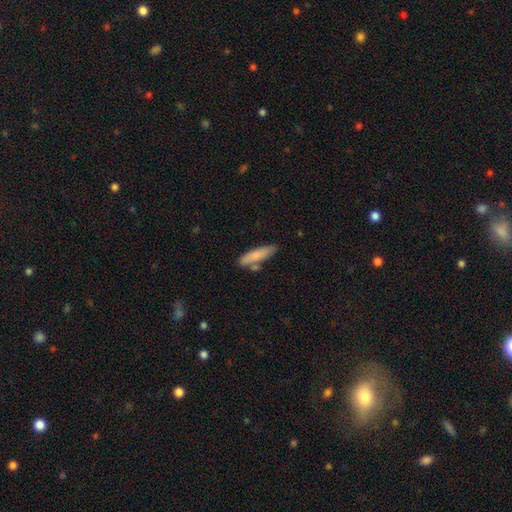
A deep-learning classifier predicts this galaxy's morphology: smooth_or_featured: smooth (p=0.80) [alt: featured or disk p=0.14]
how_rounded: cigar-shaped (p=0.70) [alt: in between p=0.28]
merging: none (p=0.71) [alt: minor disturbance p=0.16]